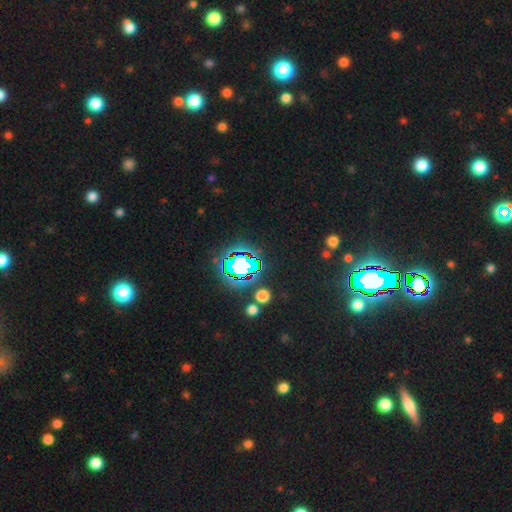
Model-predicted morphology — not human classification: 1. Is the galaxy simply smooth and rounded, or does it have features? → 83% star or artifact, 10% smooth, 7% featured or disk.